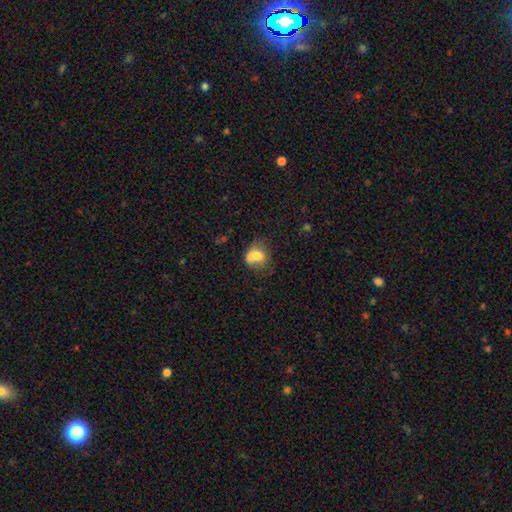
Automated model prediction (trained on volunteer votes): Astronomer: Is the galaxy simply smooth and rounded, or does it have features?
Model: smooth — 68%.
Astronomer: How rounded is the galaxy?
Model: round — 51% (runner-up: in between, 48%).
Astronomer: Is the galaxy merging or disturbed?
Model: none — 36% (runner-up: minor disturbance, 25%).